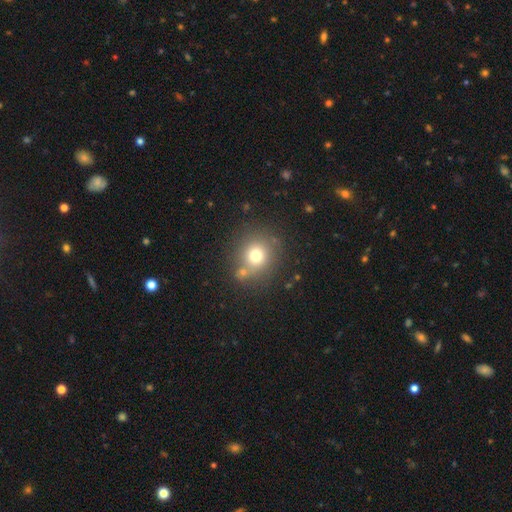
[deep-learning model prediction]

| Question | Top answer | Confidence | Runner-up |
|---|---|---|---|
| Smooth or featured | smooth | 71% | star or artifact (16%) |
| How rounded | round | 87% | in between (12%) |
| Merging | none | 72% | merger (13%) |